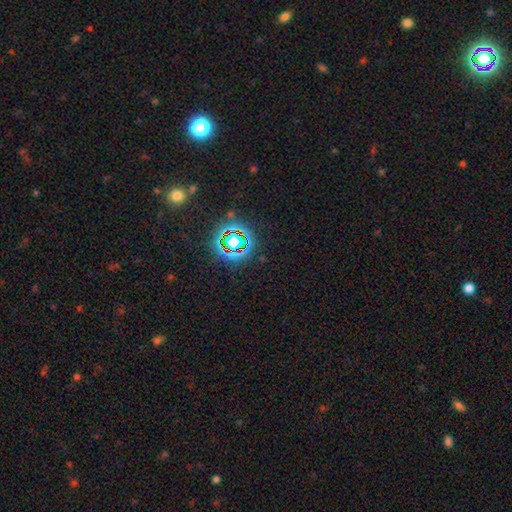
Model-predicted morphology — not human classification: Overall: star or artifact (78%).